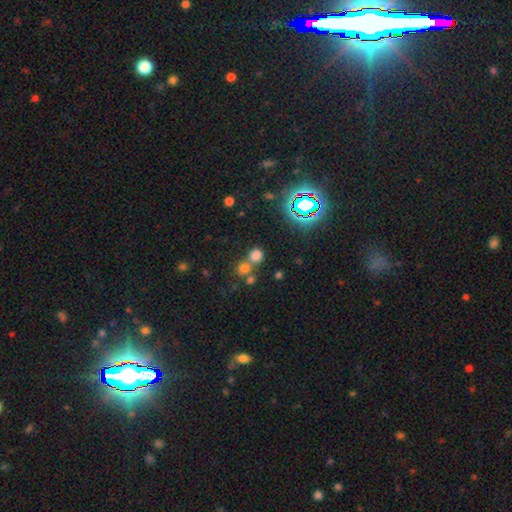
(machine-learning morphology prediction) A smooth galaxy with no disk features (66%) that is round (87%).

Vote fractions:
- Smooth or featured? smooth: 66% / star or artifact: 27% / featured or disk: 7%
- How rounded? round: 87% / in between: 12% / cigar-shaped: 1%
- Merging? none: 56% / merger: 33% / minor disturbance: 7% / major disturbance: 4%